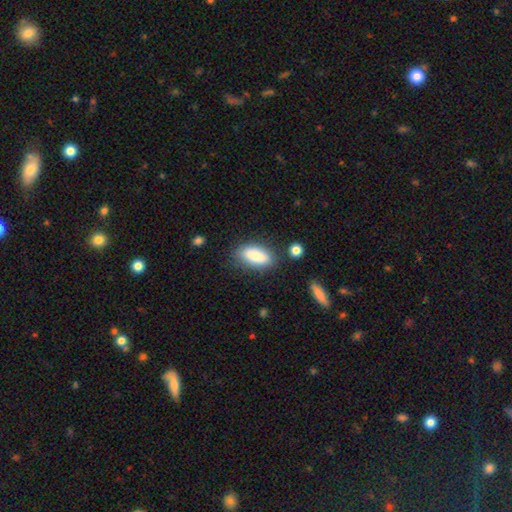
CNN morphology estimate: Smooth or featured? smooth (84%)
How rounded? in between (80%)
Merging? none (78%)